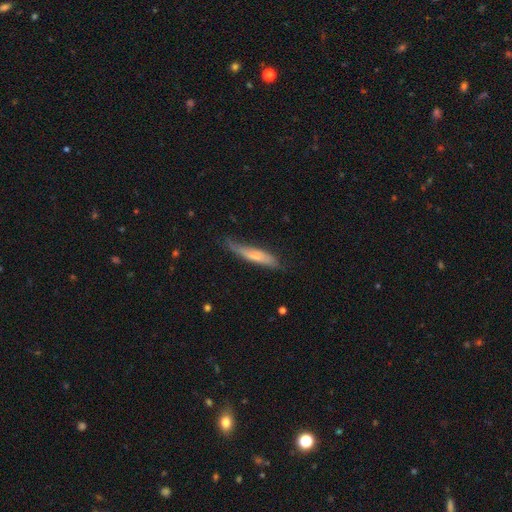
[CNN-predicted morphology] Smooth or featured? smooth (62%)
How rounded? cigar-shaped (86%)
Merging? none (56%)